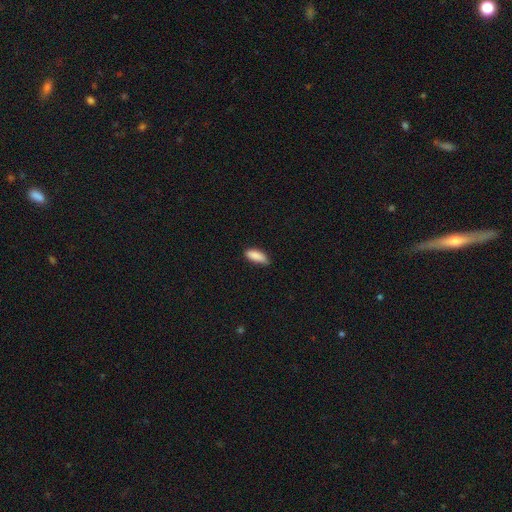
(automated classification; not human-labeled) smooth 89%, star or artifact 7%, featured or disk 5%. Down the decision tree: how rounded — in between (72%); merging — none (71%).